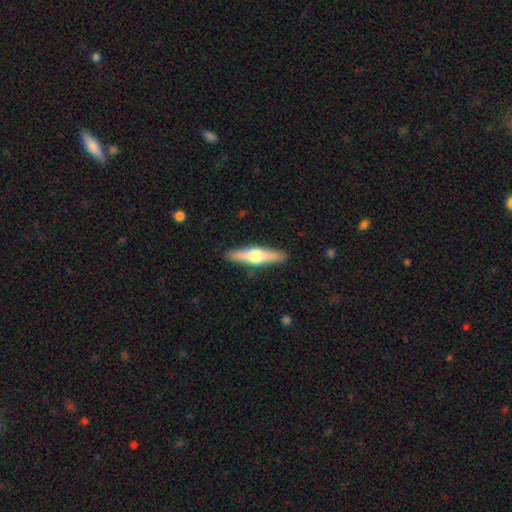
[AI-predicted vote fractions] A featured or disk galaxy (57%) viewed edge-on (96%) with a rounded central bulge (93%).

Vote fractions:
- Smooth or featured? featured or disk: 57% / smooth: 38% / star or artifact: 5%
- Edge-on disk? yes: 96% / no: 4%
- Edge-on bulge? rounded: 93% / boxy: 4% / none: 2%
- Merging? none: 90% / minor disturbance: 7% / major disturbance: 2% / merger: 1%